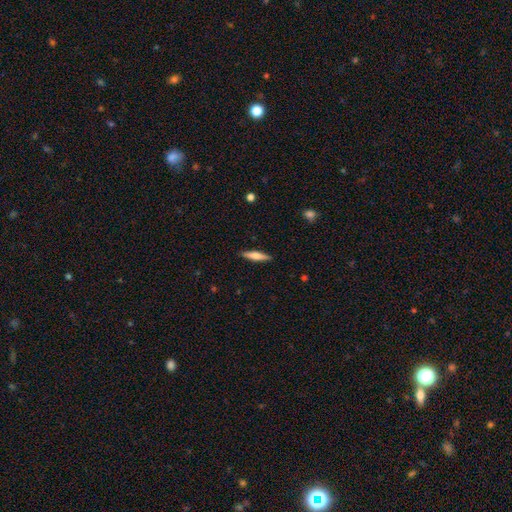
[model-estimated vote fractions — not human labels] Smooth or featured? Predicted: smooth (p=0.54). How rounded? Predicted: cigar-shaped (p=0.83). Merging? Predicted: none (p=0.90).